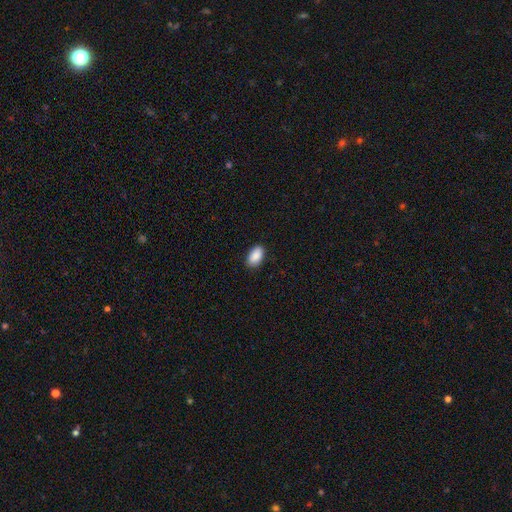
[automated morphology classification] Q: Smooth or featured?
A: smooth (90%); runner-up: star or artifact (7%)
Q: How rounded?
A: in between (94%); runner-up: round (4%)
Q: Merging?
A: none (88%); runner-up: minor disturbance (10%)